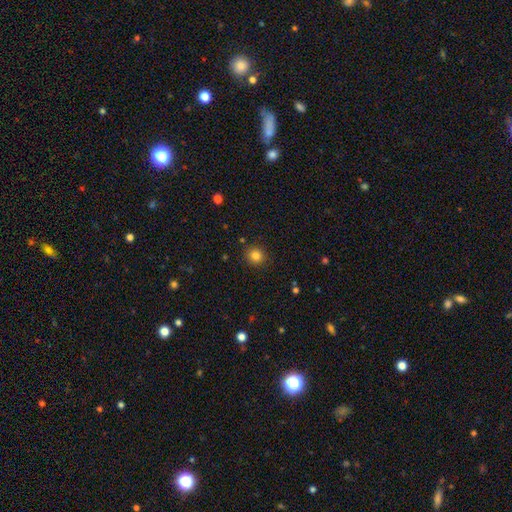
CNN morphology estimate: smooth 83%, star or artifact 12%, featured or disk 5%. Down the decision tree: how rounded — round (91%); merging — none (90%).